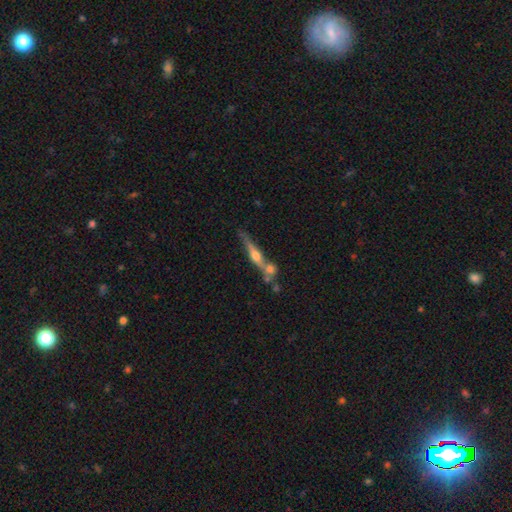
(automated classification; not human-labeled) Smooth or featured?
  - featured or disk: 68% *
  - smooth: 25%
  - star or artifact: 7%
Edge-on disk?
  - yes: 93% *
  - no: 7%
Edge-on bulge?
  - rounded: 90% *
  - none: 5%
  - boxy: 4%
Merging?
  - none: 53% *
  - merger: 29%
  - minor disturbance: 13%
  - major disturbance: 5%